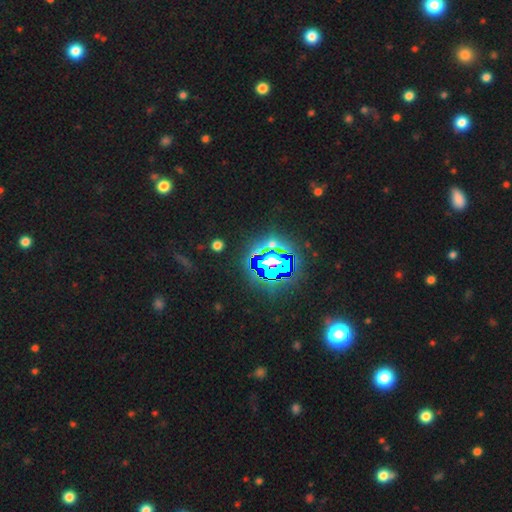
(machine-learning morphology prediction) Smooth or featured? Predicted: star or artifact (p=0.72).